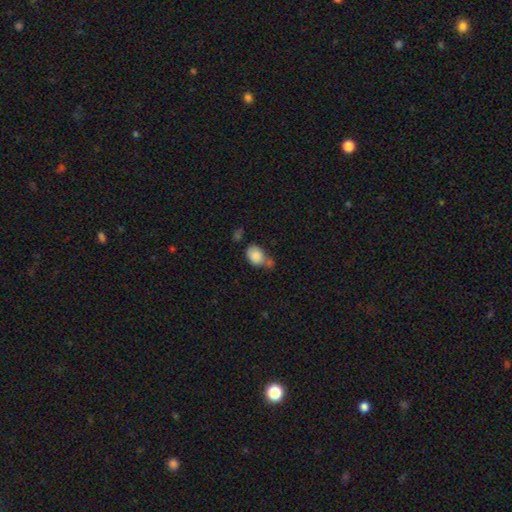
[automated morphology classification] Smooth or featured? smooth (85%)
How rounded? in between (67%)
Merging? none (46%)